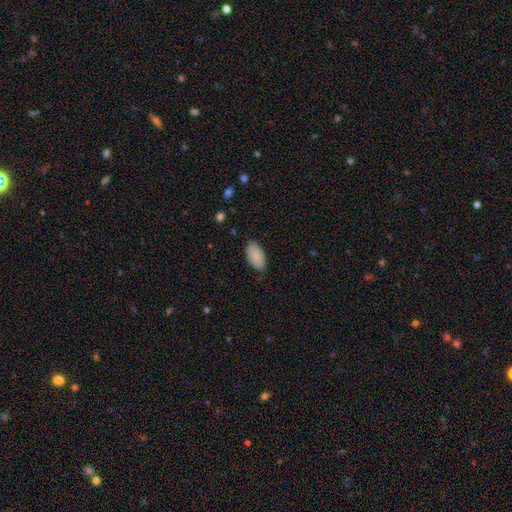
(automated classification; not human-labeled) Q: Smooth or featured?
A: smooth (88%); runner-up: star or artifact (6%)
Q: How rounded?
A: in between (95%); runner-up: round (2%)
Q: Merging?
A: none (83%); runner-up: minor disturbance (13%)